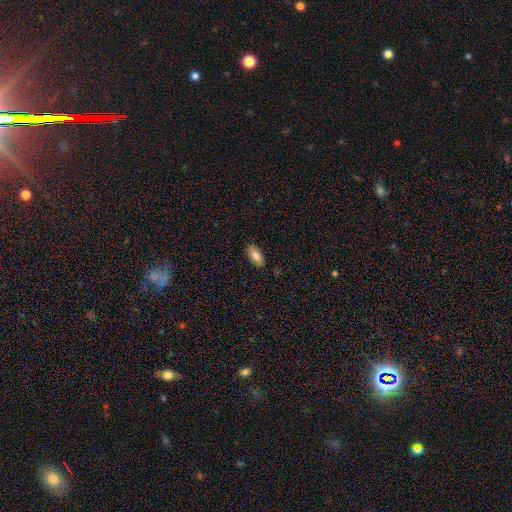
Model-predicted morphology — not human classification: Overall: smooth (77%). How rounded: in between (89%). Merging: none (88%).